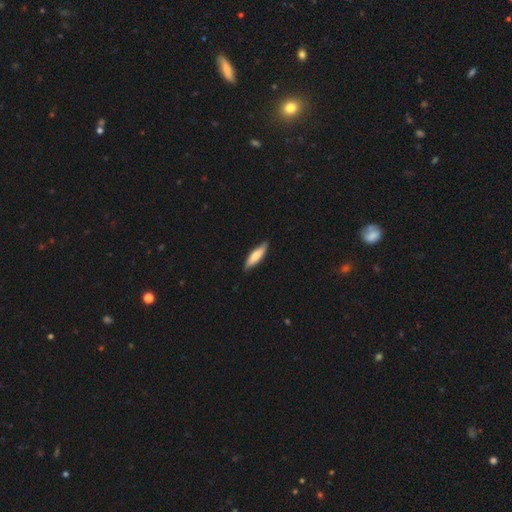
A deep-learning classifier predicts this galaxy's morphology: Q: Smooth or featured?
A: smooth (73%); runner-up: featured or disk (22%)
Q: How rounded?
A: cigar-shaped (64%); runner-up: in between (34%)
Q: Merging?
A: none (83%); runner-up: minor disturbance (14%)